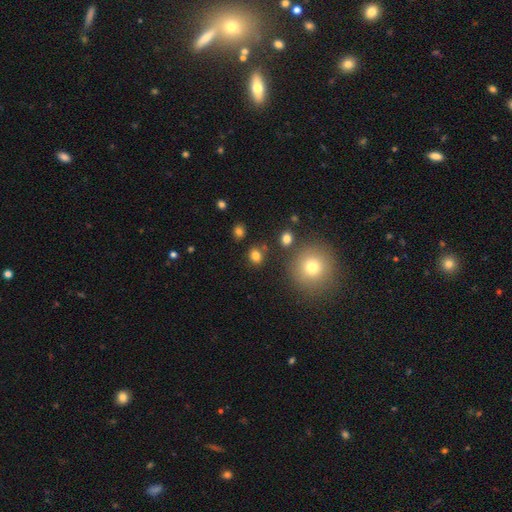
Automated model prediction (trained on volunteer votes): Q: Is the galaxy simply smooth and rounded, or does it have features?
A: smooth — 80%.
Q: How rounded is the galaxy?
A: round — 64%.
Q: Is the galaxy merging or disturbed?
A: none — 82%.